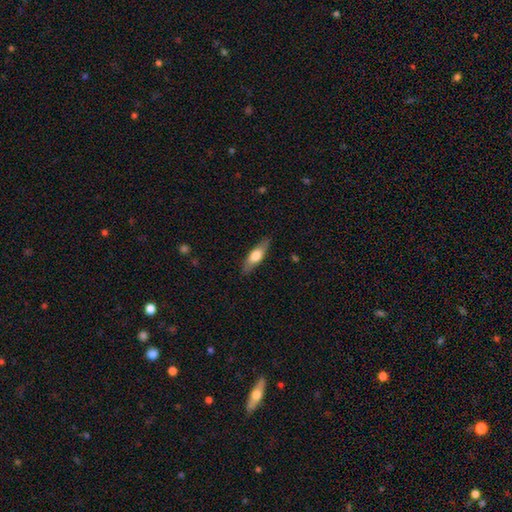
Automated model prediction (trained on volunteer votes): This appears to be a smooth galaxy with no disk features (62%) that is in between round and cigar-shaped (52%). Merging: none (85%).